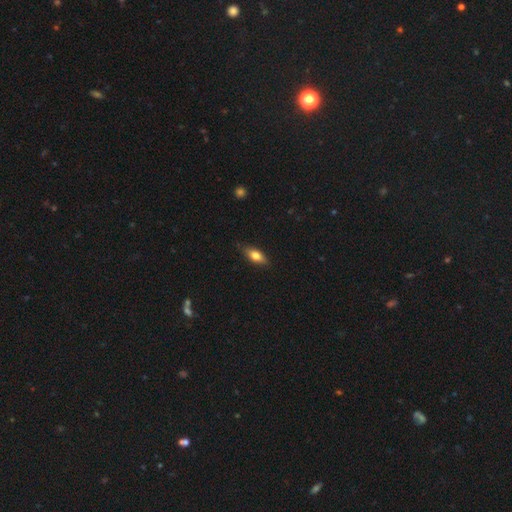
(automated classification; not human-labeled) Smooth or featured?
  - smooth: 72% *
  - featured or disk: 22%
  - star or artifact: 7%
How rounded?
  - in between: 73% *
  - cigar-shaped: 22%
  - round: 4%
Merging?
  - none: 80% *
  - minor disturbance: 16%
  - major disturbance: 3%
  - merger: 1%